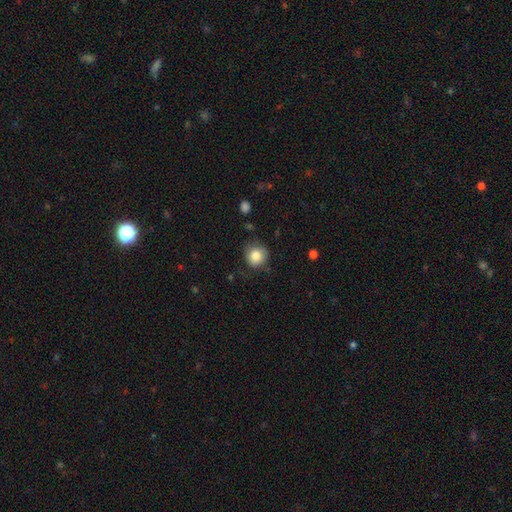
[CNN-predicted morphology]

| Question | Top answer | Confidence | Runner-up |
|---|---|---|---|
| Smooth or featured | smooth | 84% | star or artifact (9%) |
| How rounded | round | 87% | in between (12%) |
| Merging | none | 73% | minor disturbance (20%) |